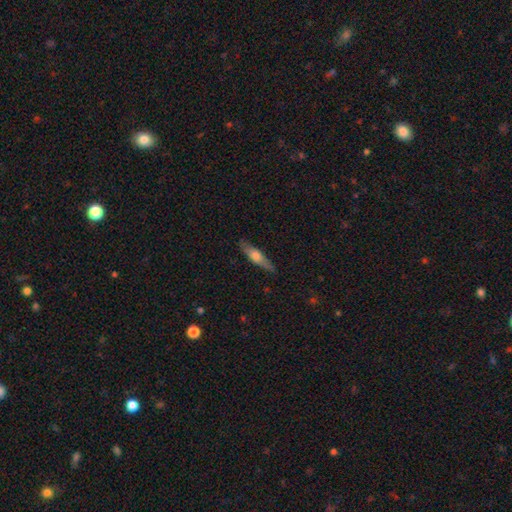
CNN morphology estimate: smooth 49%, featured or disk 45%, star or artifact 6%. Down the decision tree: merging — none (83%).